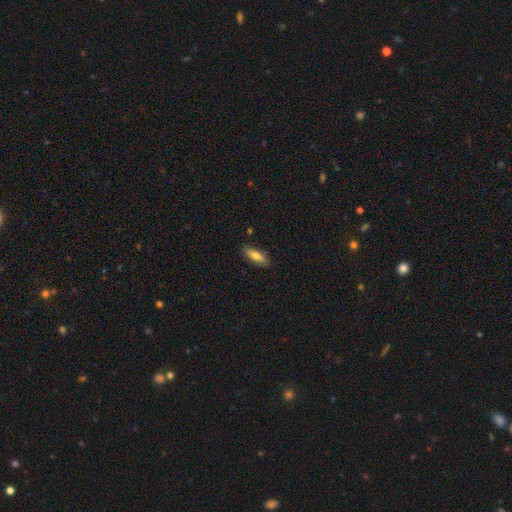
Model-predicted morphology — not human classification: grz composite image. It shows a smooth galaxy with no disk features (69%) that is cigar-shaped (49%, tied with in between). Merging: none (83%).